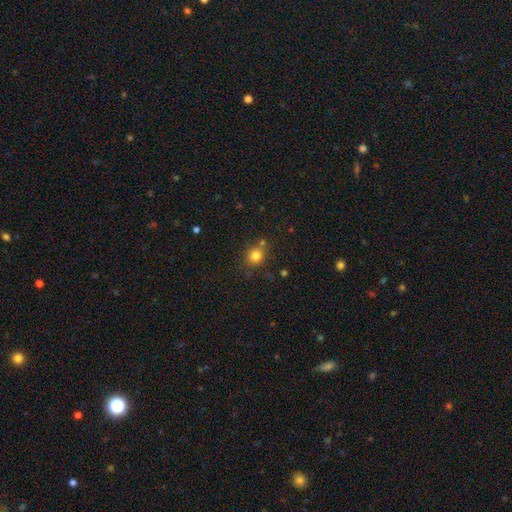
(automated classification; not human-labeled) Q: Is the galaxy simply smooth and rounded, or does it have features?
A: smooth — 80%.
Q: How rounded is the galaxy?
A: round — 80%.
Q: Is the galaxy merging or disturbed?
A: none — 75%.